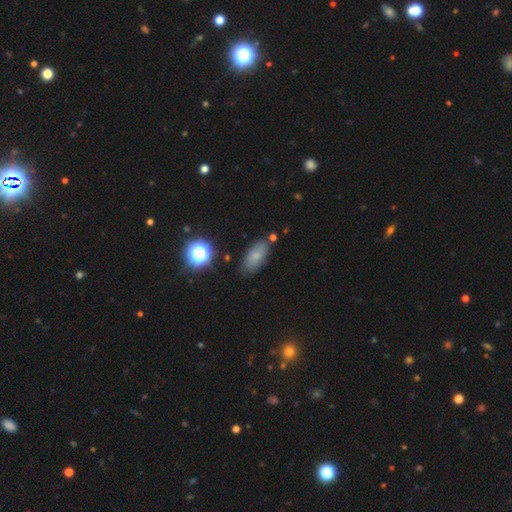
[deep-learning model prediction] Q: Smooth or featured?
A: smooth (74%); runner-up: featured or disk (13%)
Q: How rounded?
A: in between (88%); runner-up: cigar-shaped (7%)
Q: Merging?
A: none (76%); runner-up: minor disturbance (16%)